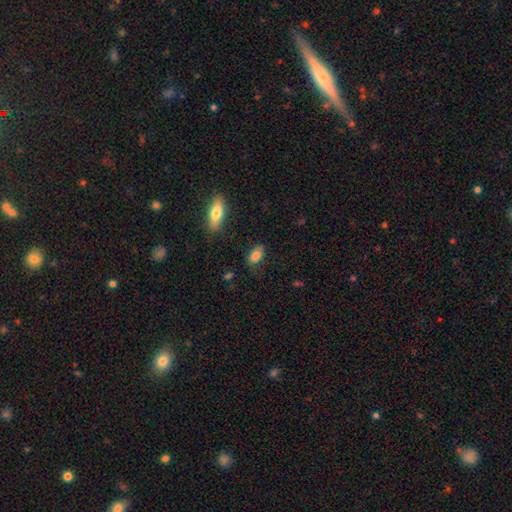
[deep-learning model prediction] Q: Smooth or featured?
A: smooth (82%); runner-up: featured or disk (9%)
Q: How rounded?
A: in between (89%); runner-up: round (6%)
Q: Merging?
A: none (76%); runner-up: minor disturbance (18%)